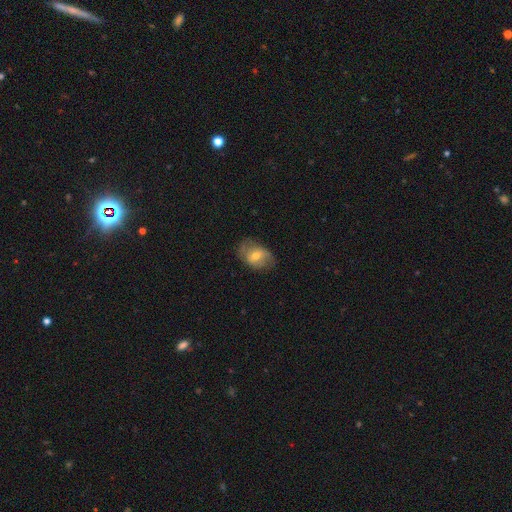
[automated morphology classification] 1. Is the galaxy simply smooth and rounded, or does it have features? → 50% smooth, 42% featured or disk, 8% star or artifact.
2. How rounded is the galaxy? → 75% in between, 24% round, 1% cigar-shaped.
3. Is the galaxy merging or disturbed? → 67% none, 23% minor disturbance, 9% major disturbance, 1% merger.